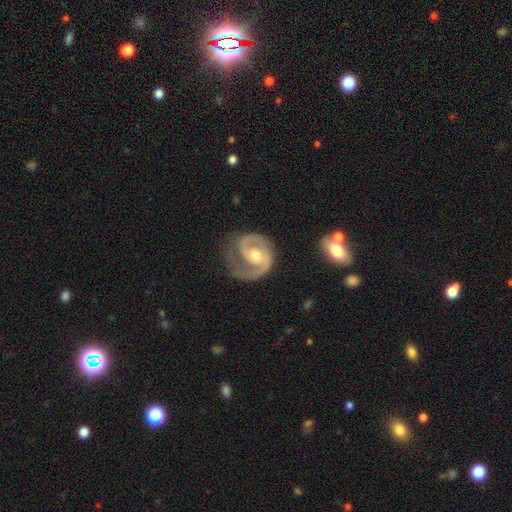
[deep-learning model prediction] This appears to be a featured or disk galaxy (89%) with no bar (47%), 2 (67%) medium (44%, tied with tight) spiral arms (97%) and a moderate central bulge (65%). Merging: none (63%).